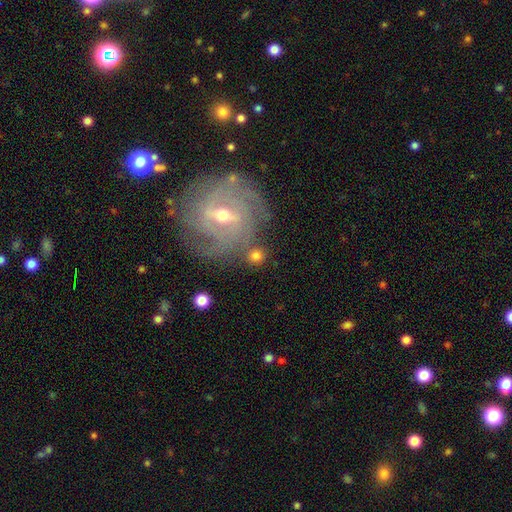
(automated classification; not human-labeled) Smooth or featured? smooth (64%)
How rounded? round (83%)
Merging? none (72%)